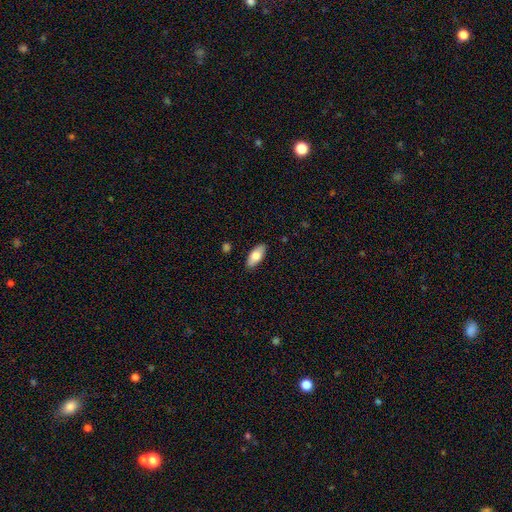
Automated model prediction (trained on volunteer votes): smooth 78%, featured or disk 16%, star or artifact 6%. Down the decision tree: how rounded — in between (87%); merging — none (88%).